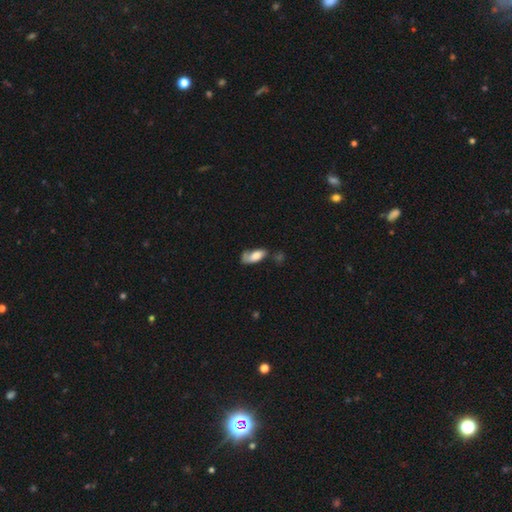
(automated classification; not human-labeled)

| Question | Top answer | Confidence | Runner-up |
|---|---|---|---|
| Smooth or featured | smooth | 69% | featured or disk (24%) |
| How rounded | in between | 85% | cigar-shaped (12%) |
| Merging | none | 39% | minor disturbance (30%) |